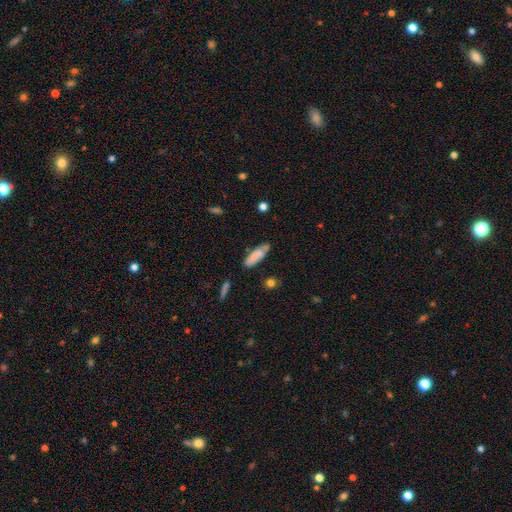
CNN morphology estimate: This appears to be a smooth galaxy with no disk features (72%) that is in between round and cigar-shaped (56%). Merging: none (67%).